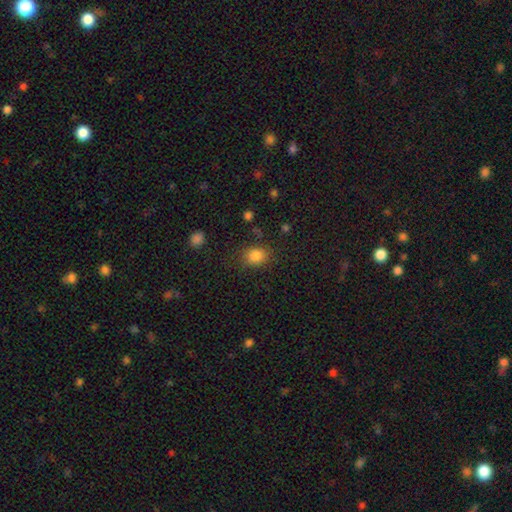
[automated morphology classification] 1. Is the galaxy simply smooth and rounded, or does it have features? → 84% smooth, 11% star or artifact, 6% featured or disk.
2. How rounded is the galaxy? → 52% in between, 47% round, 1% cigar-shaped.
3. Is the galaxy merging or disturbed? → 80% none, 13% minor disturbance, 5% major disturbance, 2% merger.